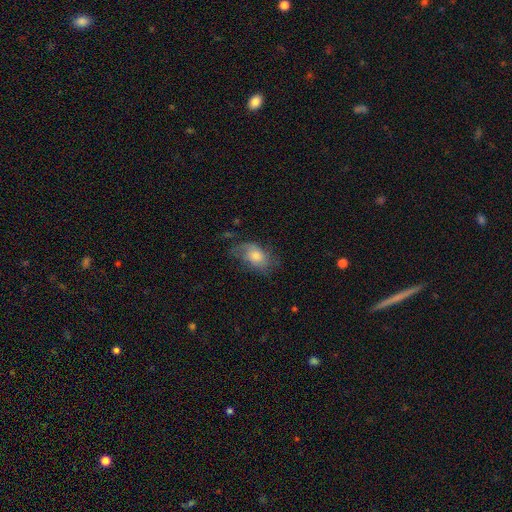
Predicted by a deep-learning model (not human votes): Morphology: type=smooth (50%); merging=none (53%).